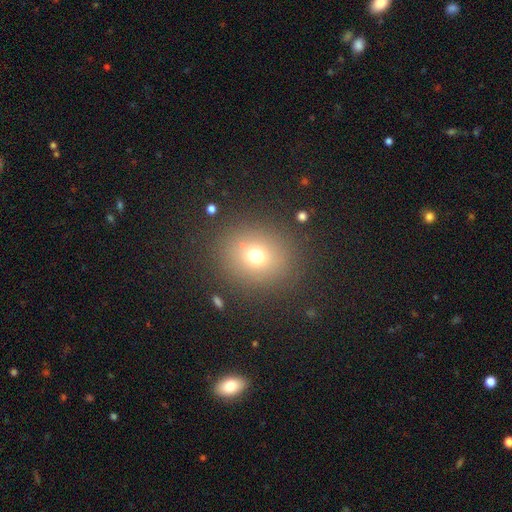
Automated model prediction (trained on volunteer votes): This is likely a smooth galaxy (70%). How rounded: likely round (76%). Merging: clearly none (85%).